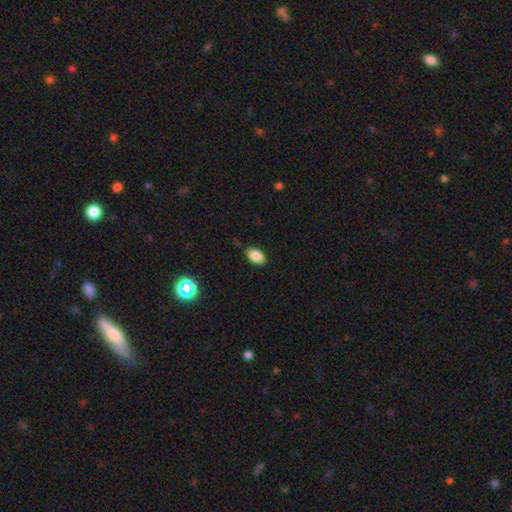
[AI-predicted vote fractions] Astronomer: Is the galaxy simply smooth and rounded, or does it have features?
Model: smooth — 86%.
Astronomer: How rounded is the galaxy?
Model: in between — 92%.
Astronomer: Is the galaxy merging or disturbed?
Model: none — 84%.